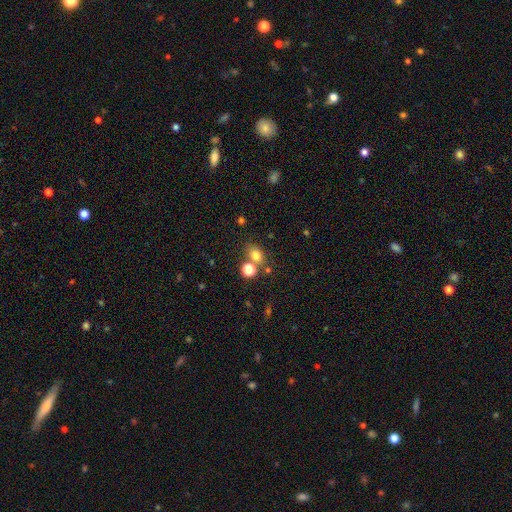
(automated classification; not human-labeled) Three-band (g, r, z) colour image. It shows a smooth galaxy with no disk features (76%) that is in between round and cigar-shaped (53%). Merging: none (63%).